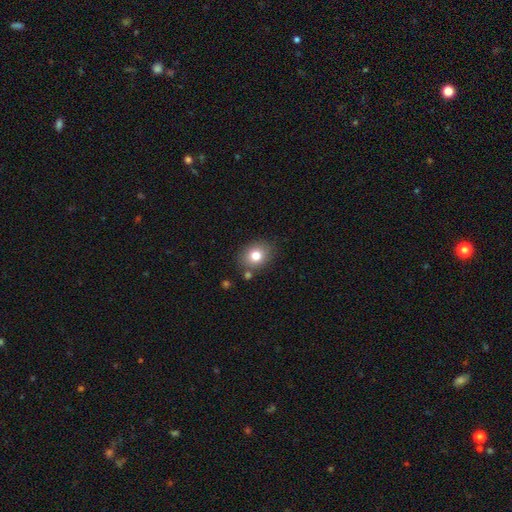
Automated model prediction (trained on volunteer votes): smooth 77%, featured or disk 11%, star or artifact 11%. Down the decision tree: how rounded — round (55%); merging — none (80%).